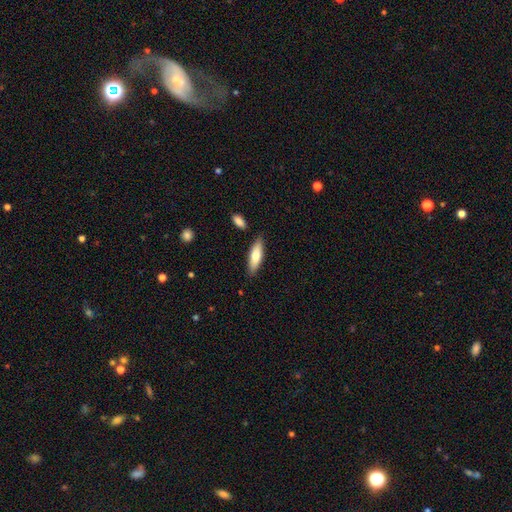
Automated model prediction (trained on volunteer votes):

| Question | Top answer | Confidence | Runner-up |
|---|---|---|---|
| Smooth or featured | smooth | 73% | featured or disk (22%) |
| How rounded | cigar-shaped | 54% | in between (44%) |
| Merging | none | 84% | minor disturbance (10%) |